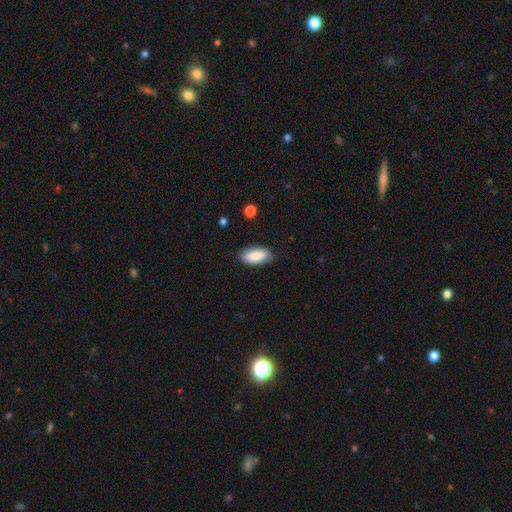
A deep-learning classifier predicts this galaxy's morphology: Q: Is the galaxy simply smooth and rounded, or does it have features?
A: smooth — 83%.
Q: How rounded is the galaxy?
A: in between — 91%.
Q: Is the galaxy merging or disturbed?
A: none — 82%.